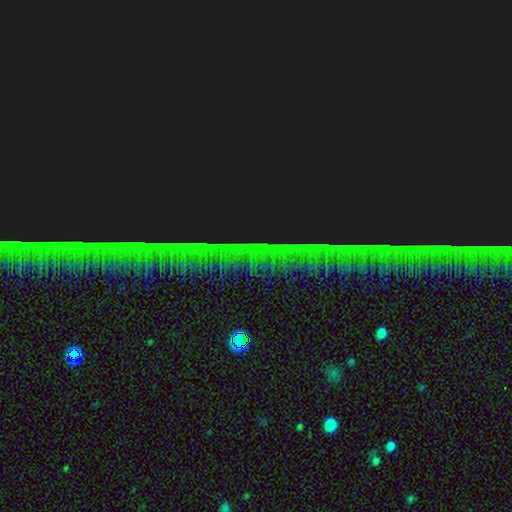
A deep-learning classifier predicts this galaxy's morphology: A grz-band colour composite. It shows a star or artifact, not a galaxy (87%).